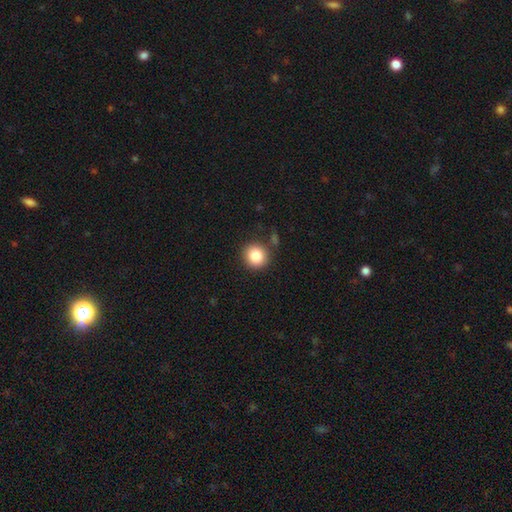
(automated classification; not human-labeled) smooth_or_featured: smooth (p=0.86) [alt: star or artifact p=0.09]
how_rounded: round (p=0.91) [alt: in between p=0.08]
merging: none (p=0.85) [alt: minor disturbance p=0.09]